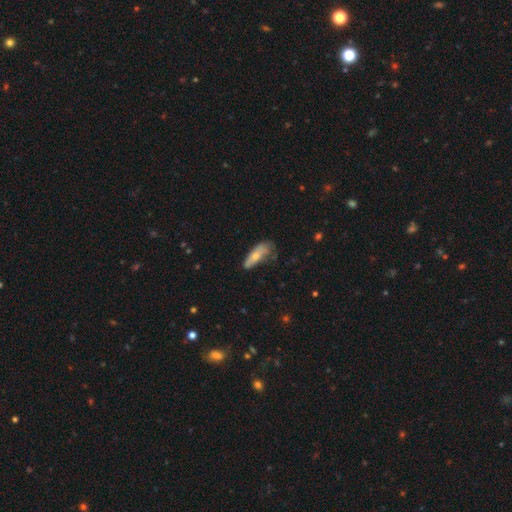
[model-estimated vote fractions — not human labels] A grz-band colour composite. It shows a smooth galaxy with no disk features (65%) that is in between round and cigar-shaped (57%). Merging: none (44%).